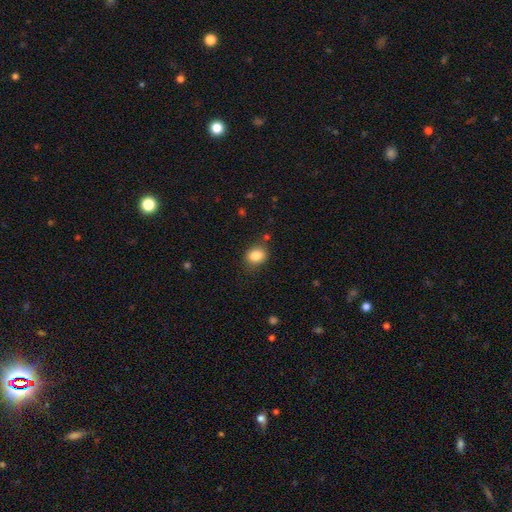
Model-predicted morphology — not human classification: smooth_or_featured: smooth (p=0.84) [alt: star or artifact p=0.09]
how_rounded: in between (p=0.56) [alt: round p=0.43]
merging: none (p=0.79) [alt: minor disturbance p=0.15]